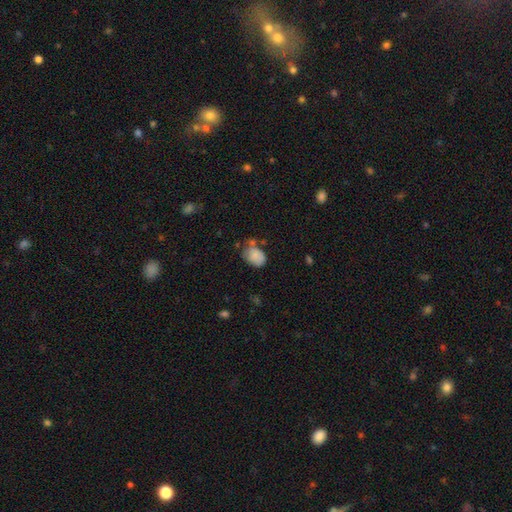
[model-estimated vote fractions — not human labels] smooth_or_featured: smooth (p=0.81) [alt: featured or disk p=0.10]
how_rounded: in between (p=0.70) [alt: round p=0.29]
merging: none (p=0.44) [alt: minor disturbance p=0.31]